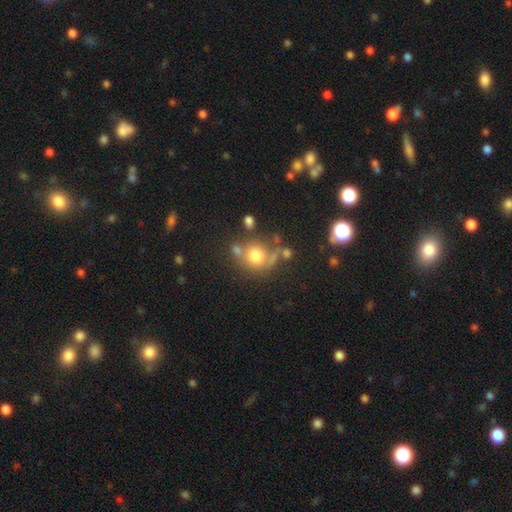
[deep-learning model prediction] smooth 71%, featured or disk 14%, star or artifact 14%. Down the decision tree: how rounded — round (85%); merging — none (54%).